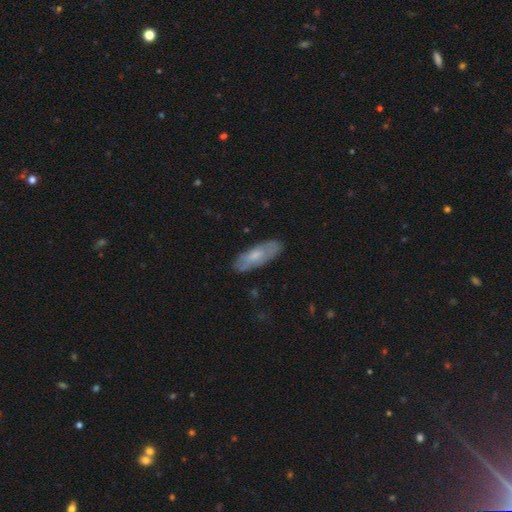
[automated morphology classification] type=smooth (57%); roundness=in between (64%); merging=none (80%).